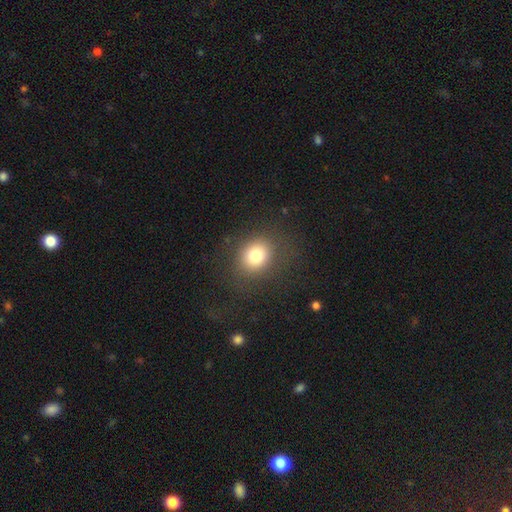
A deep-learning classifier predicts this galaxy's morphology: Smooth or featured? Predicted: smooth (p=0.78). How rounded? Predicted: round (p=0.68). Merging? Predicted: none (p=0.82).